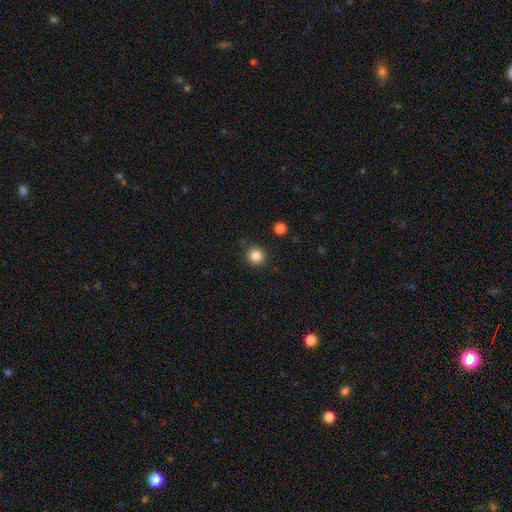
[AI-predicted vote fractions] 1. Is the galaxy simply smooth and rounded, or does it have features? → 85% smooth, 11% star or artifact, 4% featured or disk.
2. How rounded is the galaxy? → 91% round, 8% in between, 1% cigar-shaped.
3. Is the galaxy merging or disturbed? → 88% none, 7% minor disturbance, 2% major disturbance, 2% merger.